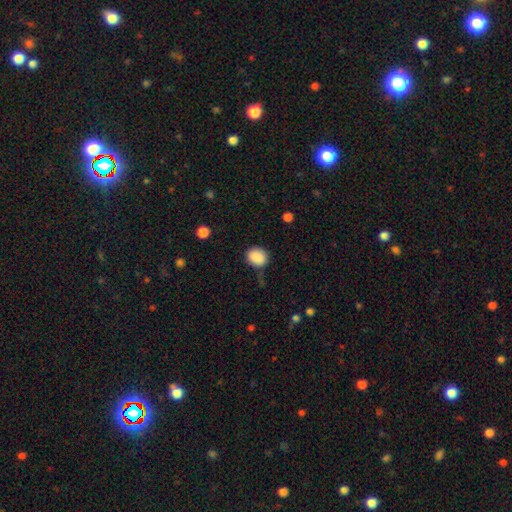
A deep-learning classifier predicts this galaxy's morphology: Smooth or featured?
  - smooth: 88% *
  - star or artifact: 8%
  - featured or disk: 4%
How rounded?
  - round: 64% *
  - in between: 35%
  - cigar-shaped: 1%
Merging?
  - none: 74% *
  - minor disturbance: 19%
  - major disturbance: 5%
  - merger: 2%